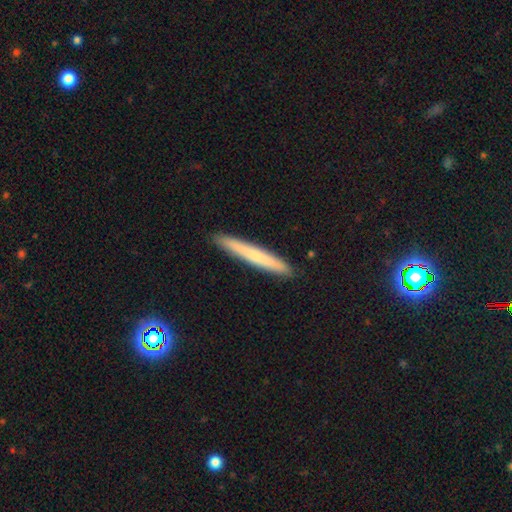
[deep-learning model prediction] smooth 59%, featured or disk 34%, star or artifact 7%. Down the decision tree: how rounded — cigar-shaped (96%); merging — none (92%).